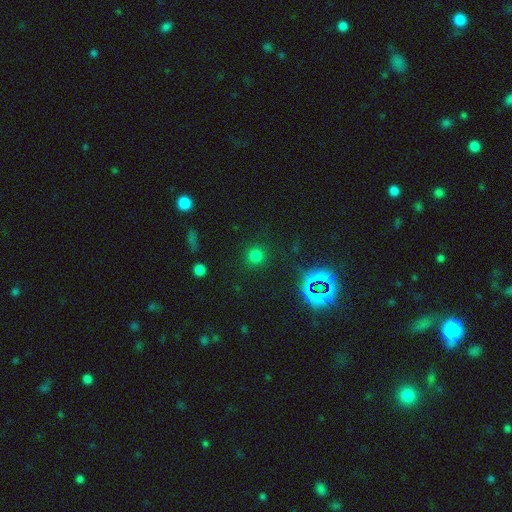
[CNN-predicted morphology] type=smooth (72%); roundness=round (93%); merging=none (89%).